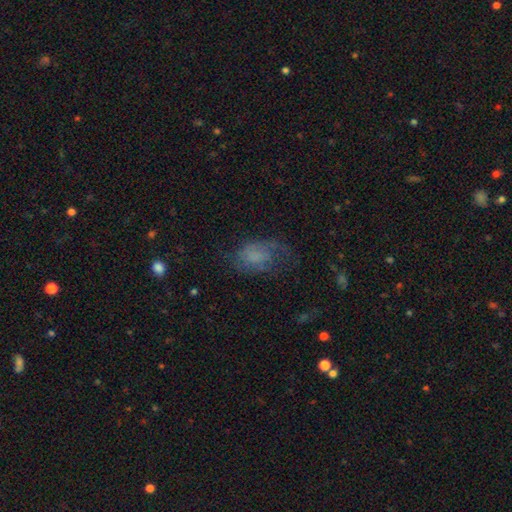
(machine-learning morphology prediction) type=smooth (45%); merging=none (47%).